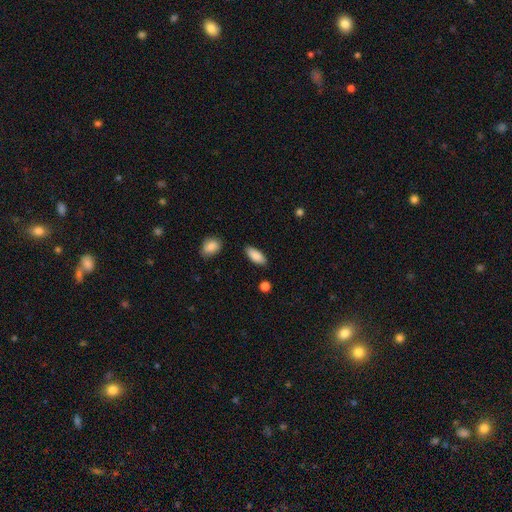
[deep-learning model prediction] A smooth galaxy with no disk features (87%) that is in between round and cigar-shaped (85%).

Vote fractions:
- Smooth or featured? smooth: 87% / featured or disk: 7% / star or artifact: 6%
- How rounded? in between: 85% / cigar-shaped: 13% / round: 2%
- Merging? none: 85% / minor disturbance: 11% / major disturbance: 2% / merger: 2%